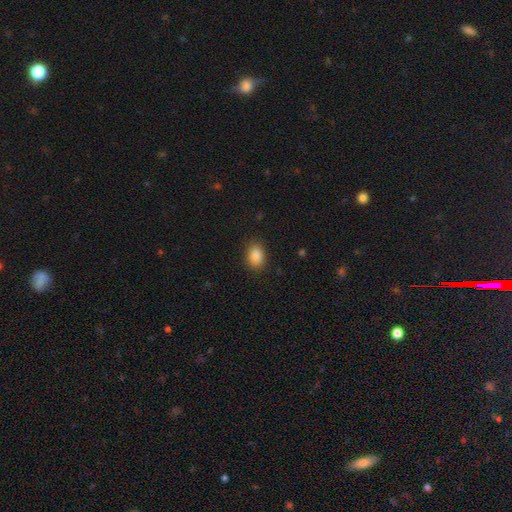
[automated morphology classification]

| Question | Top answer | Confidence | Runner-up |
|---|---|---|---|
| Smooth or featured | smooth | 88% | star or artifact (8%) |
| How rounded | in between | 82% | round (17%) |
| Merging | none | 87% | minor disturbance (9%) |